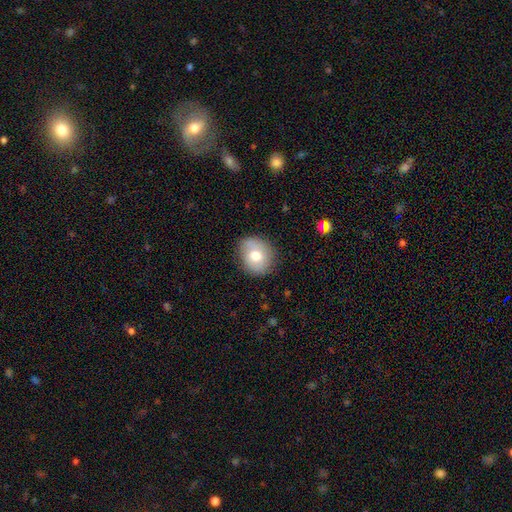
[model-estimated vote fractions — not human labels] smooth 71%, featured or disk 20%, star or artifact 8%. Down the decision tree: how rounded — round (68%); merging — none (80%).